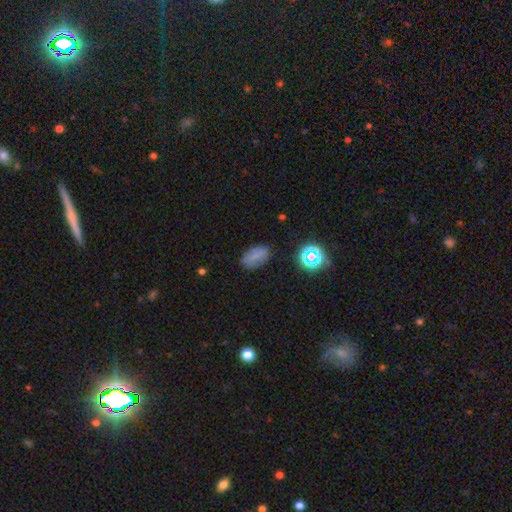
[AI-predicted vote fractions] A smooth galaxy with no disk features (72%) that is in between round and cigar-shaped (89%). Merging: none (74%).